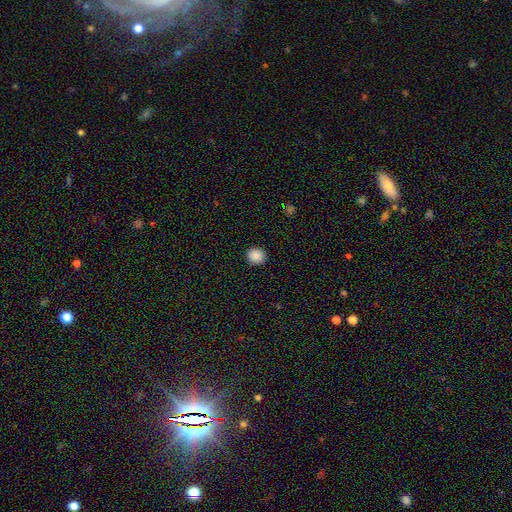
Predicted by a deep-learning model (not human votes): This is clearly a smooth galaxy (89%). How rounded: likely round (80%). Merging: clearly none (92%).